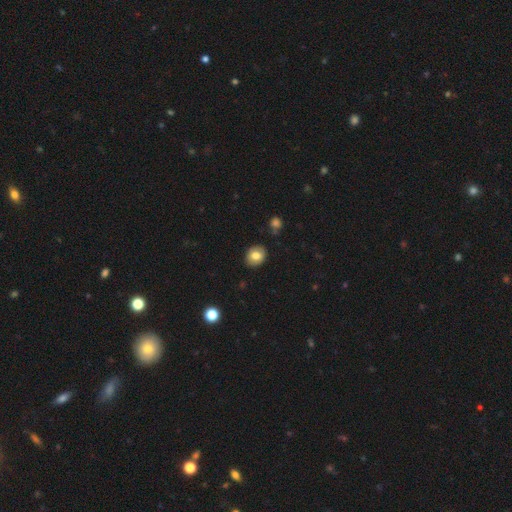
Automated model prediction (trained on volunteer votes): Morphology: type=smooth (79%); roundness=round (57%); merging=none (85%).